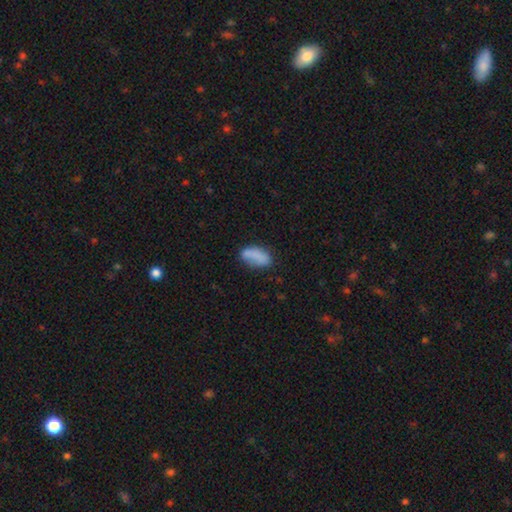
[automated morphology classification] smooth 80%, featured or disk 12%, star or artifact 8%. Down the decision tree: how rounded — in between (89%); merging — none (56%).